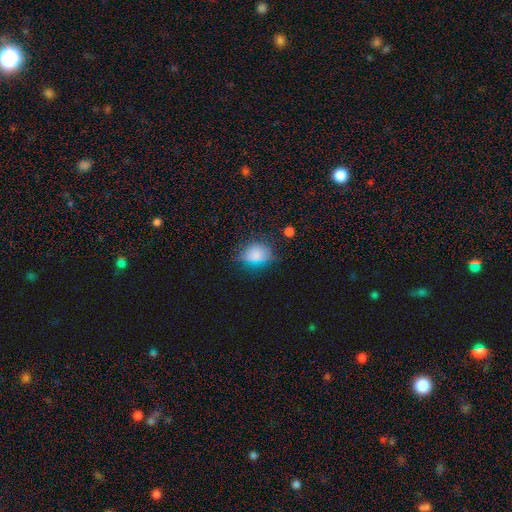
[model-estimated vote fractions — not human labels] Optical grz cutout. It shows a smooth galaxy with no disk features (72%) that is in between round and cigar-shaped (54%). Merging: none (70%).